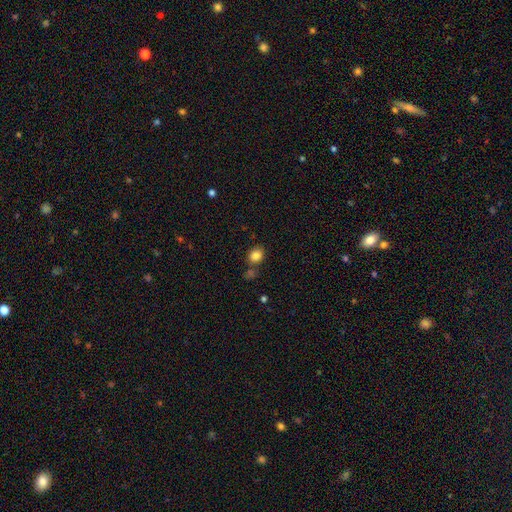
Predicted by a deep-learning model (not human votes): Overall: smooth (84%). How rounded: round (60%; in between 39%). Merging: none (71%).